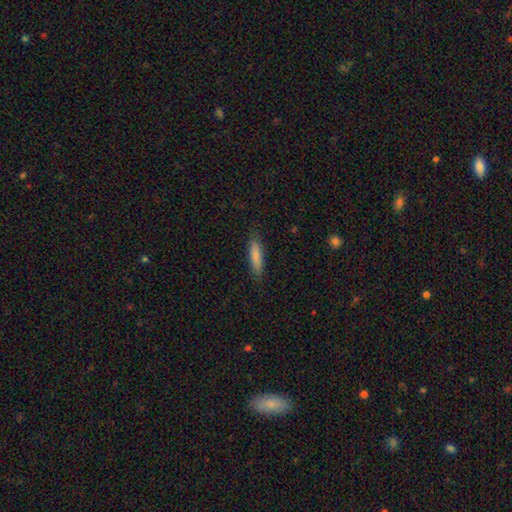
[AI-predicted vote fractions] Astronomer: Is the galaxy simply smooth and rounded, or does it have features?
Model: smooth — 83%.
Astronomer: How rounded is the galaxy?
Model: cigar-shaped — 72%.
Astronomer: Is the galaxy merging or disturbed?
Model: none — 86%.